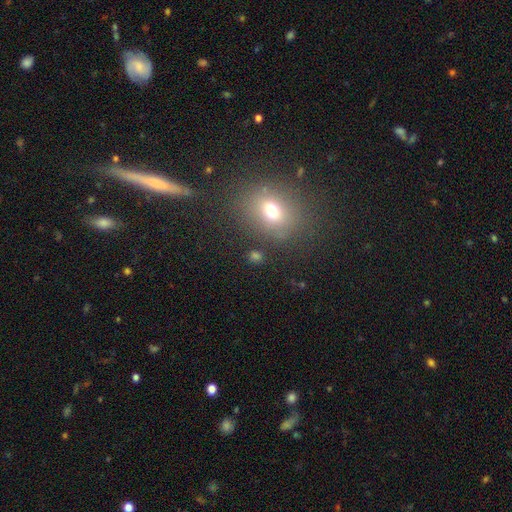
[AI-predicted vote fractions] smooth 60%, star or artifact 26%, featured or disk 13%. Down the decision tree: how rounded — round (59%); merging — none (77%).